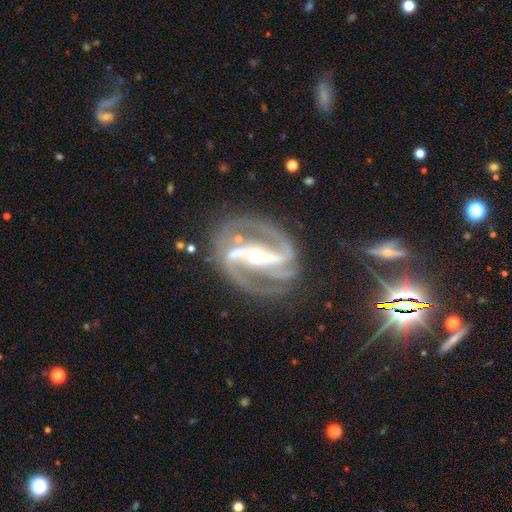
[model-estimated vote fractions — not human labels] Morphology: type=featured or disk (92%); edge-on=no (97%); bar=strong (76%); spiral arms=yes (98%); winding=medium (56%); arm count=2 (75%); bulge=moderate (61%); merging=none (74%).